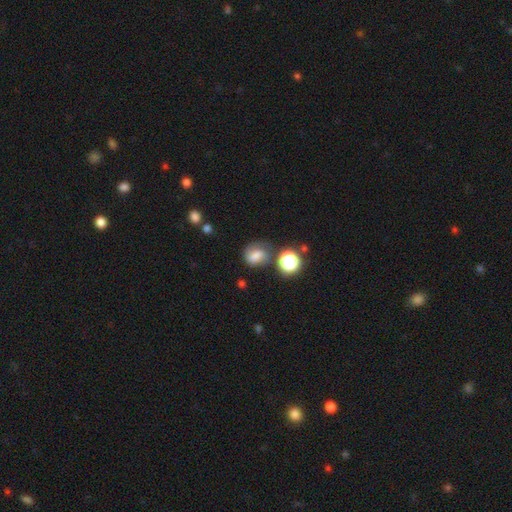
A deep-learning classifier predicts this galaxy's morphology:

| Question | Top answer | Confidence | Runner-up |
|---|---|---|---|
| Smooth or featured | smooth | 58% | featured or disk (26%) |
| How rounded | round | 58% | in between (40%) |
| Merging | none | 55% | minor disturbance (24%) |